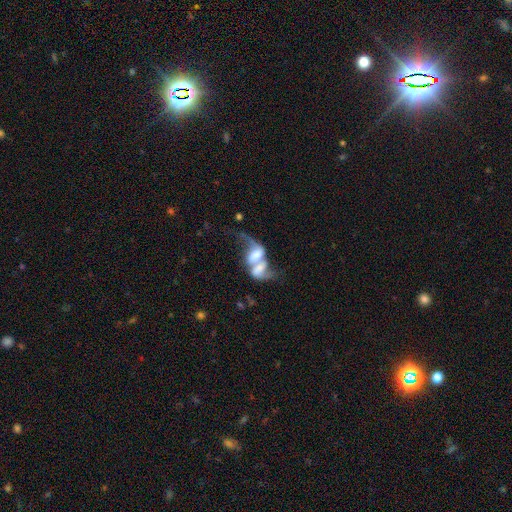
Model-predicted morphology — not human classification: featured or disk 60%, smooth 31%, star or artifact 9%. Down the decision tree: edge-on disk — no (95%); bar — no (47%); spiral arms — yes (65%); bulge size — none (30%); merging — merger (72%).